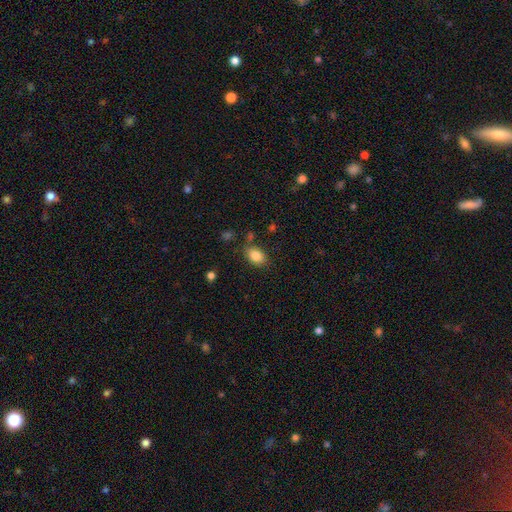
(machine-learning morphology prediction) The model was most divided on "merging": none: 78%, minor disturbance: 14%, merger: 4%, major disturbance: 4%. More confident: smooth or featured — smooth (85%); how rounded — in between (85%).